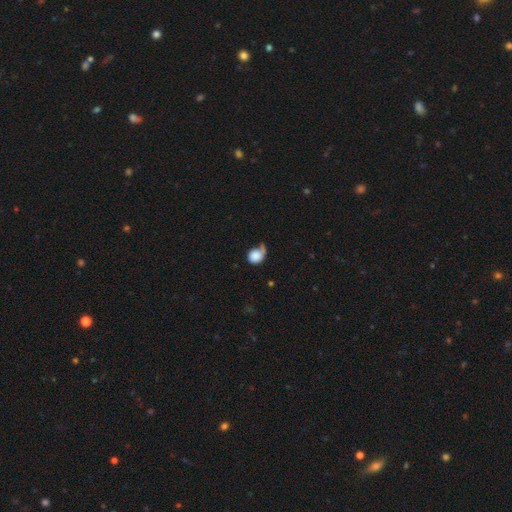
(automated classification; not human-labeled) Q: Smooth or featured?
A: smooth (74%); runner-up: featured or disk (18%)
Q: How rounded?
A: round (70%); runner-up: in between (29%)
Q: Merging?
A: none (31%); tied with: major disturbance (31%); minor disturbance (31%)